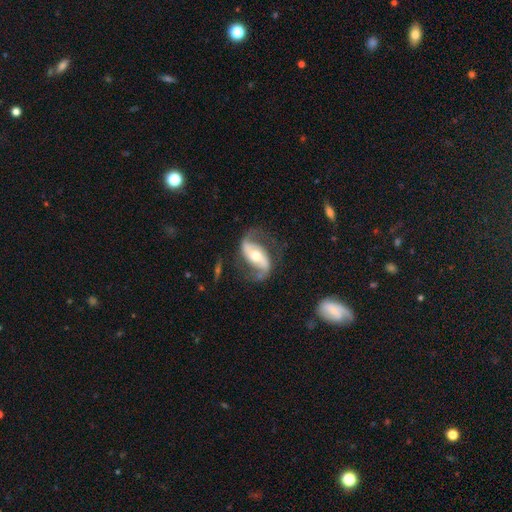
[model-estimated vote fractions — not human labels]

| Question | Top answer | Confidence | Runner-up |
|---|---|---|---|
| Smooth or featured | featured or disk | 85% | smooth (10%) |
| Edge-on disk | no | 95% | yes (5%) |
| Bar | strong | 45% | weak (30%) |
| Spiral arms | yes | 94% | no (6%) |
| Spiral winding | loose | 54% | medium (35%) |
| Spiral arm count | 2 | 91% | can't tell (3%) |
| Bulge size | moderate | 63% | small (25%) |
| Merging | none | 68% | minor disturbance (17%) |